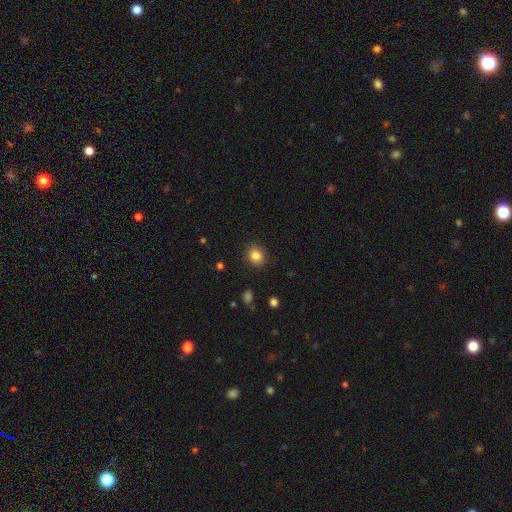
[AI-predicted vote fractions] smooth_or_featured: smooth (p=0.84) [alt: star or artifact p=0.11]
how_rounded: round (p=0.70) [alt: in between p=0.29]
merging: none (p=0.89) [alt: minor disturbance p=0.07]